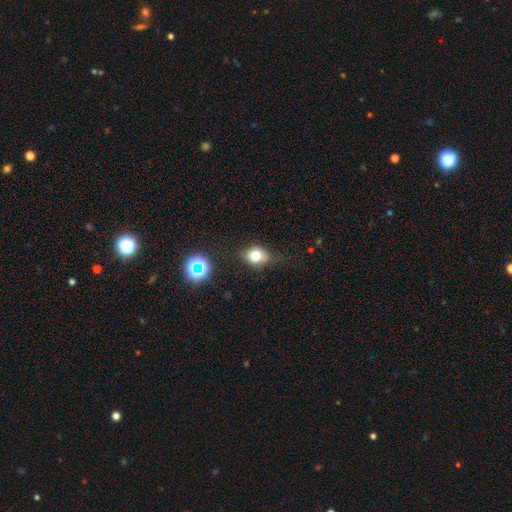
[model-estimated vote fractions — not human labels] smooth-or-featured: smooth: 73% | star or artifact: 15% | featured or disk: 12%
  how-rounded: round: 55% | in between: 43% | cigar-shaped: 1%
  merging: none: 66% | minor disturbance: 23% | major disturbance: 7% | merger: 3%